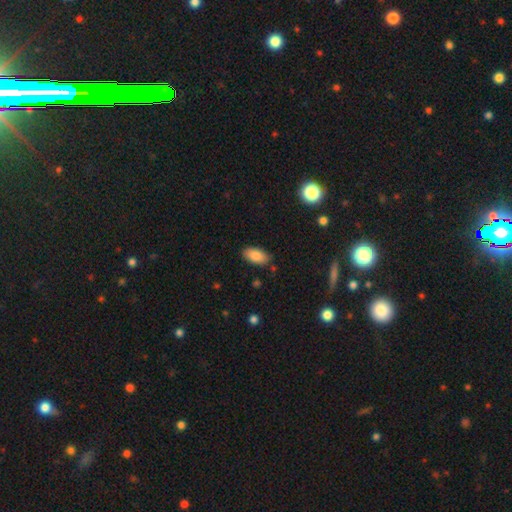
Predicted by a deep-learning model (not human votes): Q: Smooth or featured?
A: smooth (86%); runner-up: star or artifact (7%)
Q: How rounded?
A: in between (92%); runner-up: cigar-shaped (5%)
Q: Merging?
A: none (84%); runner-up: minor disturbance (12%)